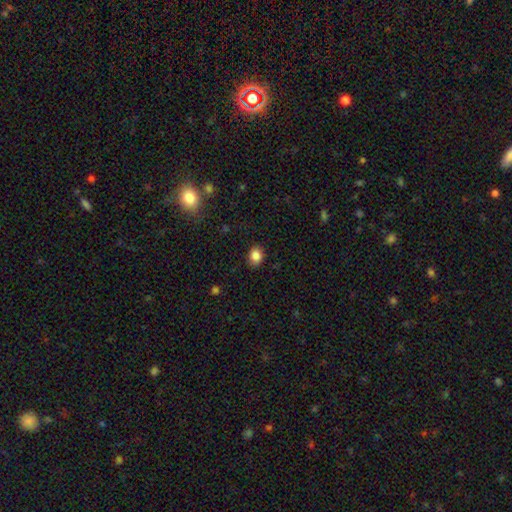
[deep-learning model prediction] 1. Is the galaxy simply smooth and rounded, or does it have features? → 85% smooth, 10% star or artifact, 5% featured or disk.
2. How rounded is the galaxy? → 57% round, 42% in between, 1% cigar-shaped.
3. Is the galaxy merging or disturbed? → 86% none, 10% minor disturbance, 3% major disturbance, 1% merger.